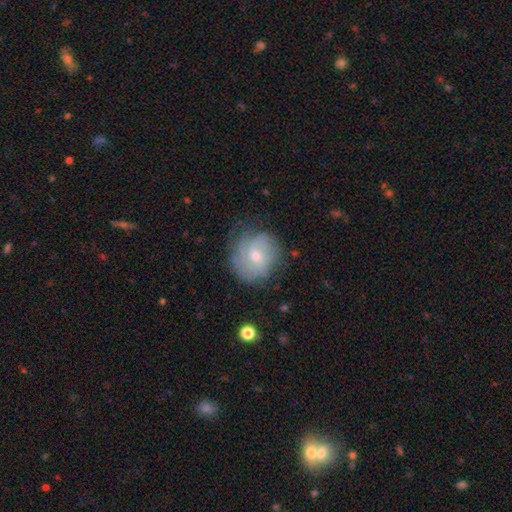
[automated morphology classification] featured or disk 66%, smooth 26%, star or artifact 8%. Down the decision tree: edge-on disk — no (97%); bar — no (63%); spiral arms — yes (85%); spiral arm count — can't tell (51%); spiral winding — tight (63%); bulge size — moderate (54%); merging — none (66%).